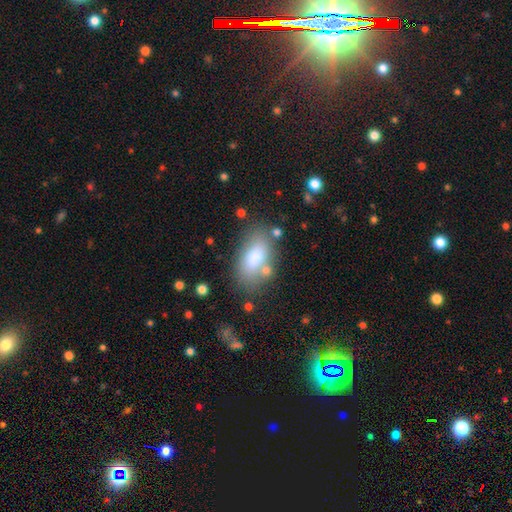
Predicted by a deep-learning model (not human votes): smooth 79%, featured or disk 13%, star or artifact 9%. Down the decision tree: how rounded — in between (91%); merging — none (69%).